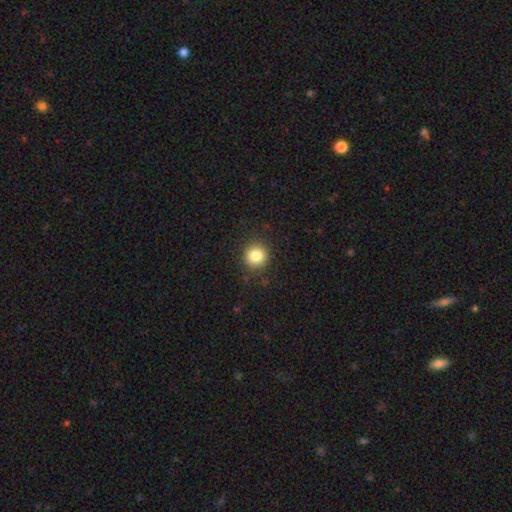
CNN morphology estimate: A smooth galaxy with no disk features (84%) that is round (92%). Merging: none (89%).